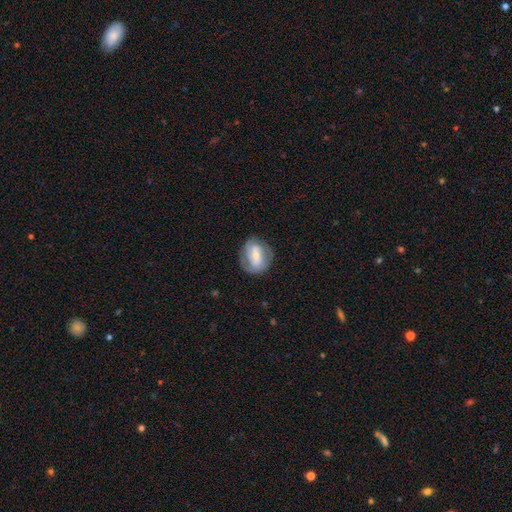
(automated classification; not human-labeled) smooth_or_featured: featured or disk (p=0.62) [alt: smooth p=0.32]
disk_edge_on: no (p=0.96) [alt: yes p=0.04]
bar: weak (p=0.40) [alt: strong p=0.39]
has_spiral_arms: yes (p=0.75) [alt: no p=0.25]
bulge_size: small (p=0.45) [alt: moderate p=0.43]
merging: none (p=0.70) [alt: minor disturbance p=0.19]